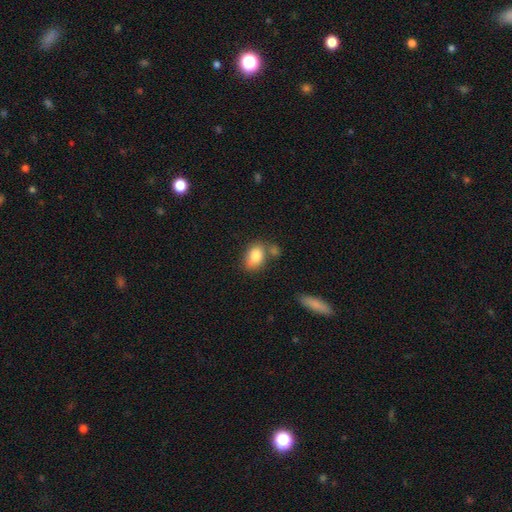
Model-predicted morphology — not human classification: smooth_or_featured: smooth (p=0.83) [alt: featured or disk p=0.10]
how_rounded: in between (p=0.79) [alt: round p=0.19]
merging: none (p=0.59) [alt: minor disturbance p=0.18]